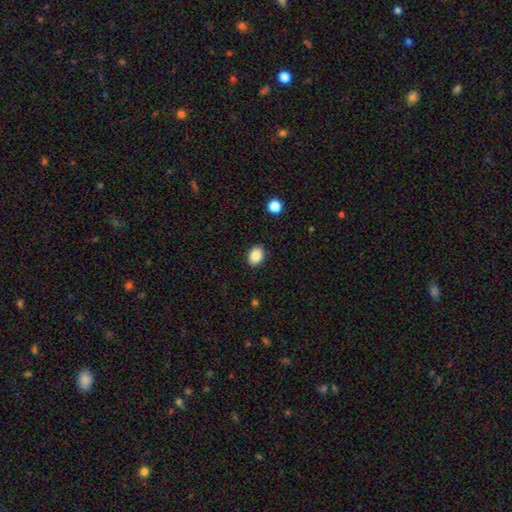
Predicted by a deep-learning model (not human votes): A smooth galaxy with no disk features (87%) that is in between round and cigar-shaped (68%). Merging: none (88%).